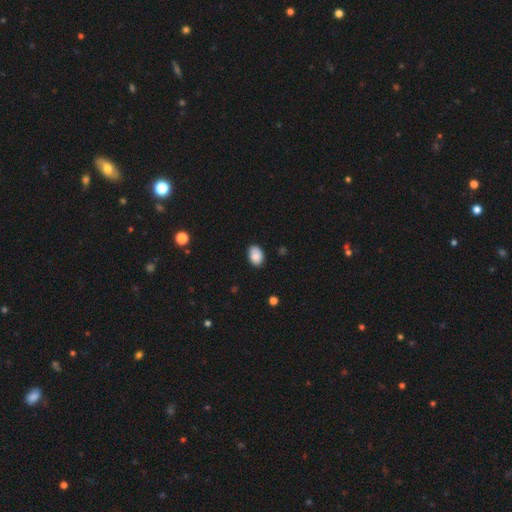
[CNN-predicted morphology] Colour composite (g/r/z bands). It shows a smooth galaxy with no disk features (86%) that is in between round and cigar-shaped (84%). Merging: none (77%).